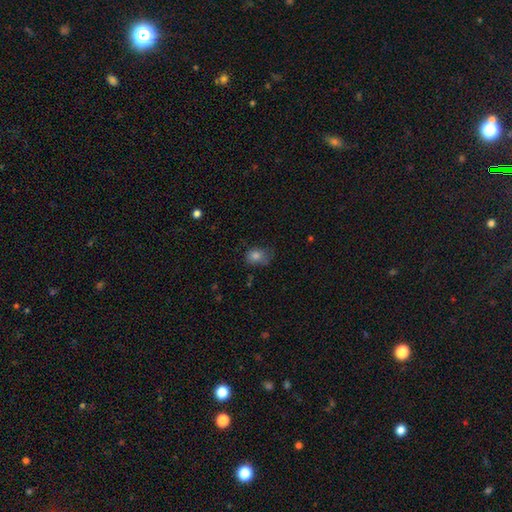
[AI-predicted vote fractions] Smooth or featured?
  - smooth: 79% *
  - star or artifact: 12%
  - featured or disk: 9%
How rounded?
  - in between: 61% *
  - round: 38%
  - cigar-shaped: 1%
Merging?
  - none: 51% *
  - minor disturbance: 32%
  - major disturbance: 15%
  - merger: 2%